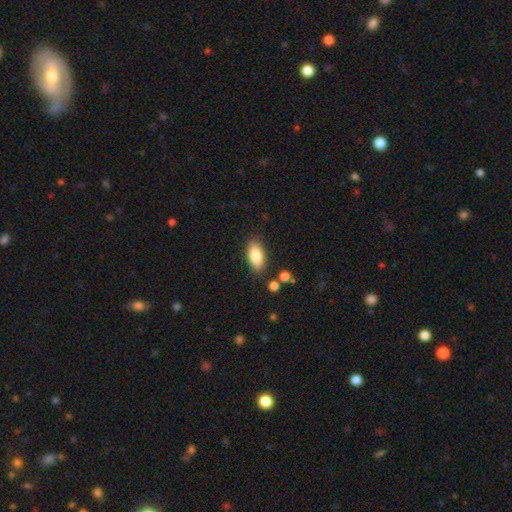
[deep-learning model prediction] A smooth galaxy with no disk features (85%) that is in between round and cigar-shaped (89%).

Vote fractions:
- Smooth or featured? smooth: 85% / featured or disk: 8% / star or artifact: 7%
- How rounded? in between: 89% / cigar-shaped: 8% / round: 3%
- Merging? none: 83% / minor disturbance: 11% / merger: 3% / major disturbance: 3%